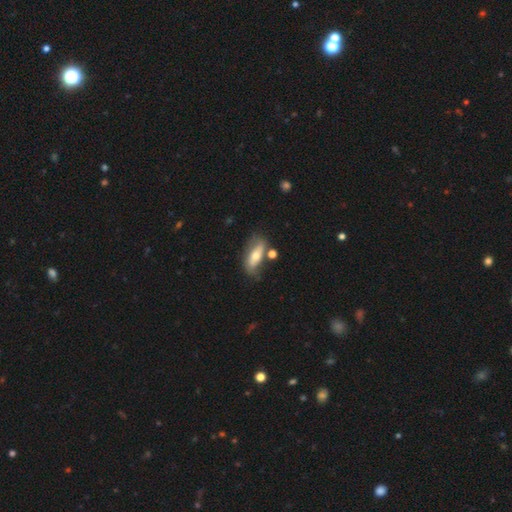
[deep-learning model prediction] smooth 51%, featured or disk 42%, star or artifact 7%. Down the decision tree: how rounded — in between (72%); merging — none (63%).